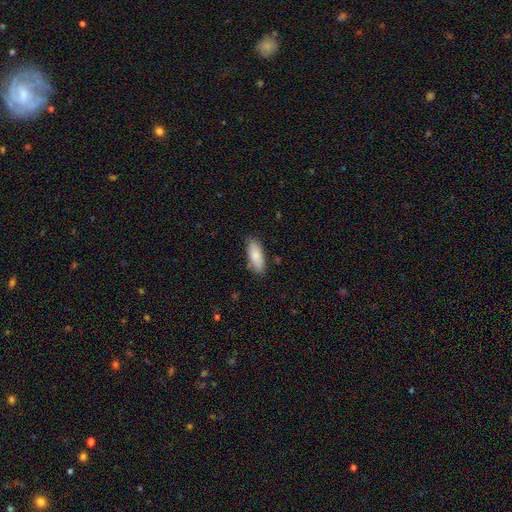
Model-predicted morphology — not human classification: This appears to be a smooth galaxy with no disk features (84%) that is in between round and cigar-shaped (76%). Merging: none (81%).